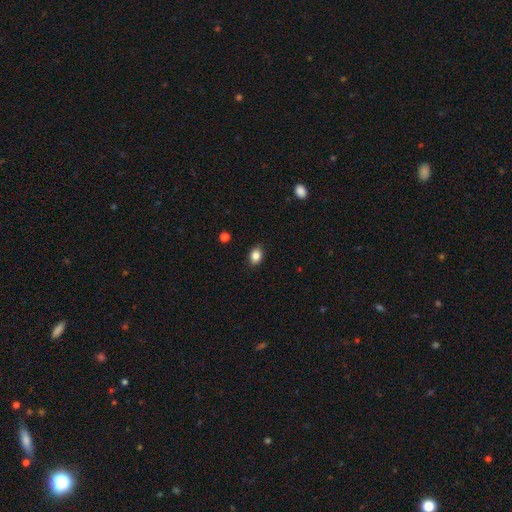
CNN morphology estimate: smooth_or_featured: smooth (p=0.85) [alt: star or artifact p=0.09]
how_rounded: in between (p=0.71) [alt: round p=0.28]
merging: none (p=0.86) [alt: minor disturbance p=0.10]